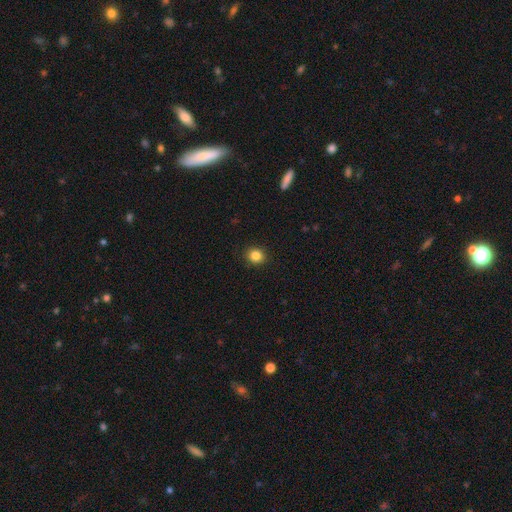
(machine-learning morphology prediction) smooth_or_featured: smooth (p=0.85) [alt: star or artifact p=0.11]
how_rounded: round (p=0.83) [alt: in between p=0.16]
merging: none (p=0.91) [alt: minor disturbance p=0.06]